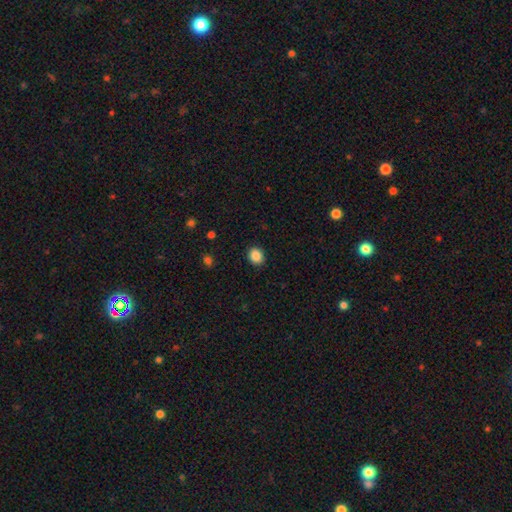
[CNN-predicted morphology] Smooth or featured: smooth — 87% (star or artifact — 9%)
How rounded: round — 65% (in between — 34%)
Merging: none — 90% (minor disturbance — 7%)